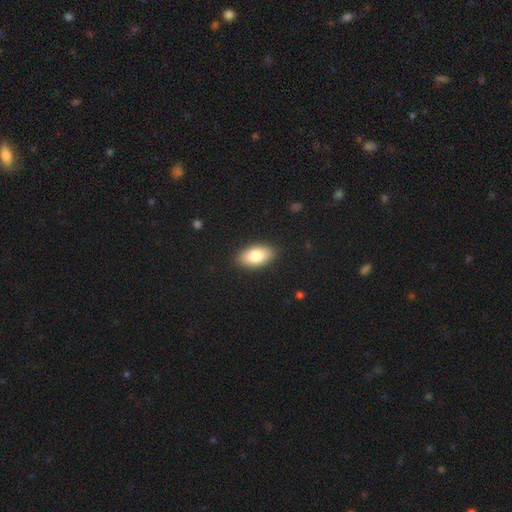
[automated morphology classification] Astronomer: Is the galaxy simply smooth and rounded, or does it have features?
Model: smooth — 81%.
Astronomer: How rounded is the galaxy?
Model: in between — 93%.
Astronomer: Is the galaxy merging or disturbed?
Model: none — 89%.